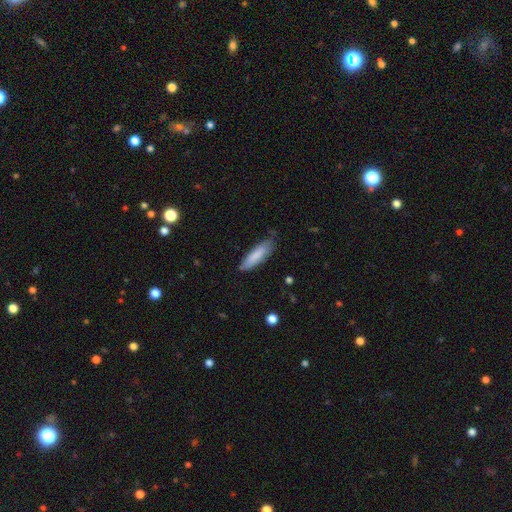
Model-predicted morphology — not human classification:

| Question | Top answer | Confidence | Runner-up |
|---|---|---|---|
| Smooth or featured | smooth | 82% | featured or disk (13%) |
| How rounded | cigar-shaped | 61% | in between (37%) |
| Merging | none | 72% | minor disturbance (22%) |